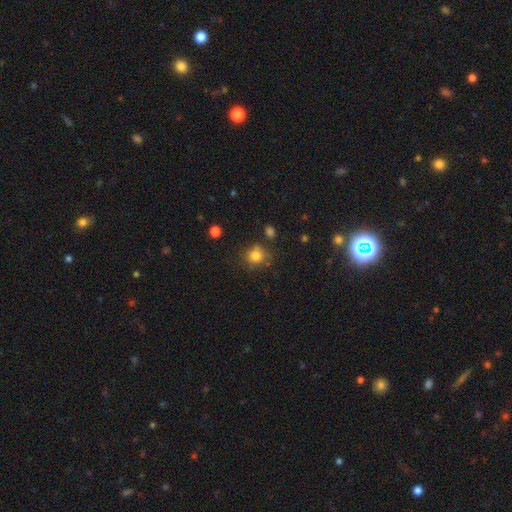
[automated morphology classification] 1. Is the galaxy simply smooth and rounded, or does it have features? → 81% smooth, 13% star or artifact, 7% featured or disk.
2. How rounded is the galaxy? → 85% round, 14% in between, 1% cigar-shaped.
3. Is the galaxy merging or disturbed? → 76% none, 15% minor disturbance, 5% merger, 4% major disturbance.